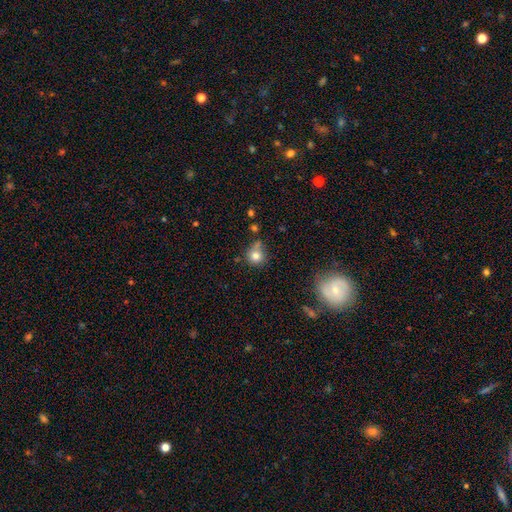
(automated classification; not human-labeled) The model was most divided on "merging": none: 59%, minor disturbance: 21%, merger: 13%, major disturbance: 7%. More confident: how rounded — round (88%); smooth or featured — smooth (78%).